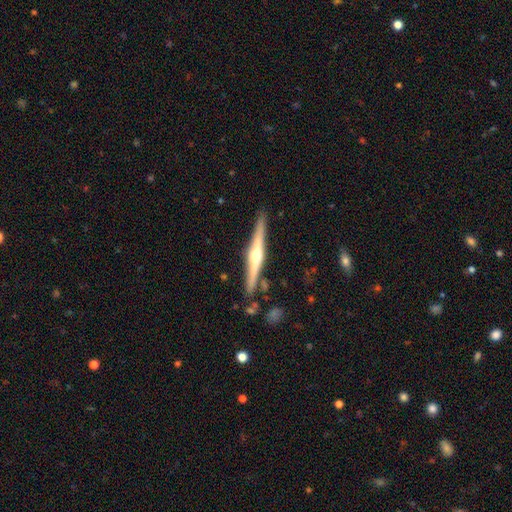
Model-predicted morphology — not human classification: Smooth or featured?
  - featured or disk: 75% *
  - smooth: 19%
  - star or artifact: 5%
Edge-on disk?
  - yes: 98% *
  - no: 2%
Edge-on bulge?
  - rounded: 93% *
  - none: 4%
  - boxy: 3%
Merging?
  - none: 87% *
  - minor disturbance: 8%
  - merger: 2%
  - major disturbance: 2%